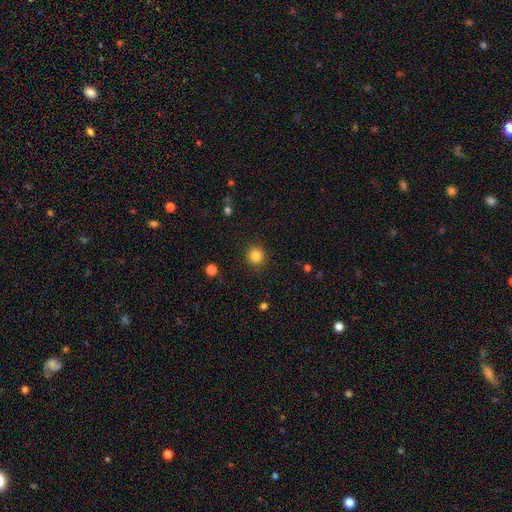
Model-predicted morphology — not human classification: Smooth or featured? smooth (84%)
How rounded? round (90%)
Merging? none (90%)